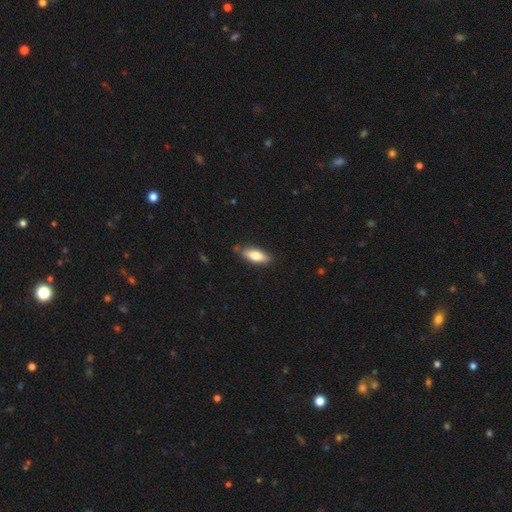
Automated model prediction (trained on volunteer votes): smooth-or-featured: smooth: 78% | featured or disk: 16% | star or artifact: 6%
  how-rounded: in between: 74% | cigar-shaped: 24% | round: 2%
  merging: none: 83% | minor disturbance: 13% | major disturbance: 2% | merger: 2%